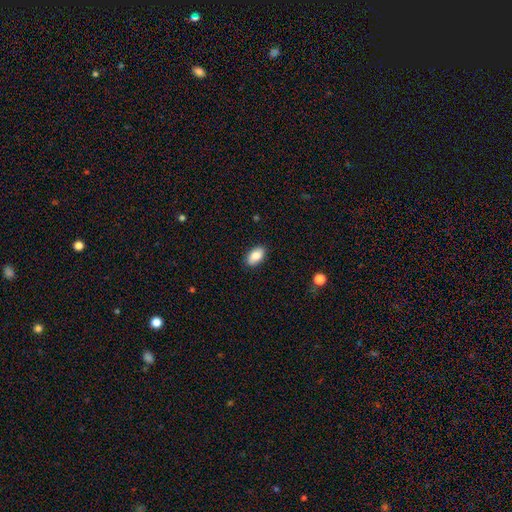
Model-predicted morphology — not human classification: A smooth galaxy with no disk features (86%) that is in between round and cigar-shaped (93%).

Vote fractions:
- Smooth or featured? smooth: 86% / featured or disk: 7% / star or artifact: 7%
- How rounded? in between: 93% / round: 5% / cigar-shaped: 2%
- Merging? none: 89% / minor disturbance: 8% / major disturbance: 2% / merger: 1%